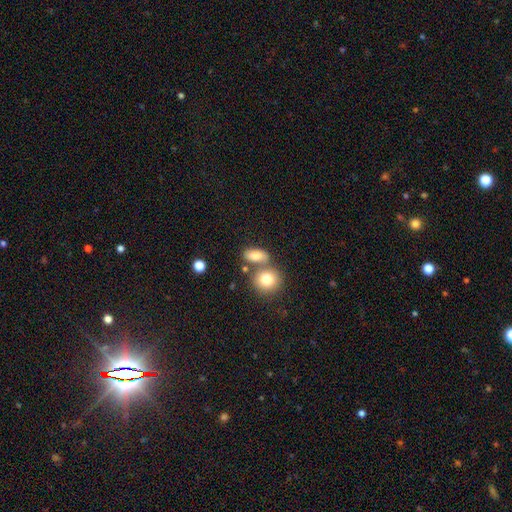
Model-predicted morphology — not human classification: Overall: smooth (79%). How rounded: in between (74%). Merging: none (53%; merger 30%).